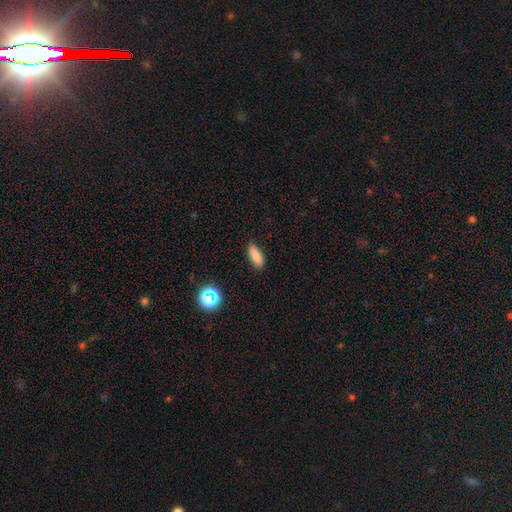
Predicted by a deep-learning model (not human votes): Q: Smooth or featured?
A: smooth (84%); runner-up: star or artifact (10%)
Q: How rounded?
A: in between (67%); runner-up: cigar-shaped (29%)
Q: Merging?
A: none (85%); runner-up: minor disturbance (11%)